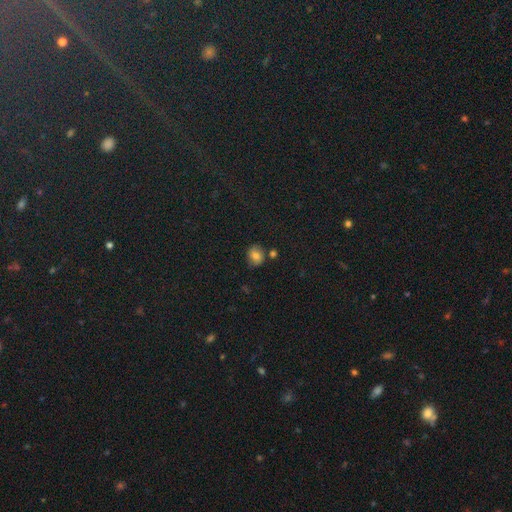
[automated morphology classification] Q: Smooth or featured?
A: smooth (76%); runner-up: star or artifact (12%)
Q: How rounded?
A: round (65%); runner-up: in between (34%)
Q: Merging?
A: none (74%); runner-up: minor disturbance (16%)